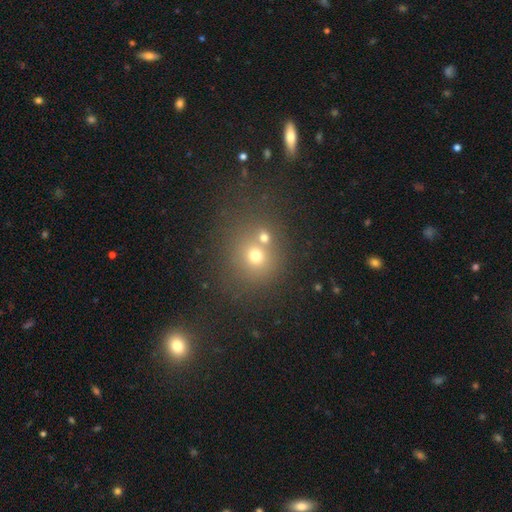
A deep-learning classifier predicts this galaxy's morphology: A smooth galaxy with no disk features (65%) that is round (82%). Merging: none (55%).